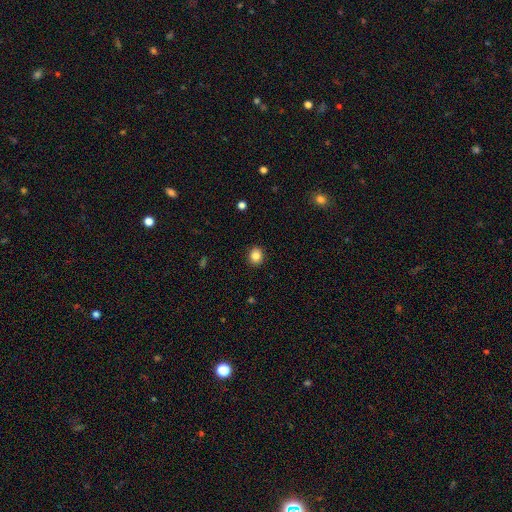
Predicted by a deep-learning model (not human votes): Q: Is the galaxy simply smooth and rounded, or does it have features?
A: smooth — 86%.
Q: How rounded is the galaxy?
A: round — 72%.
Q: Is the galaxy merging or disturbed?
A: none — 91%.